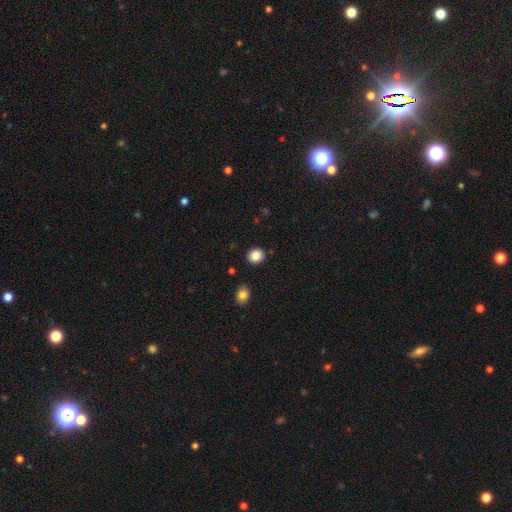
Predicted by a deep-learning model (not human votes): Smooth or featured? smooth (87%)
How rounded? round (83%)
Merging? none (89%)